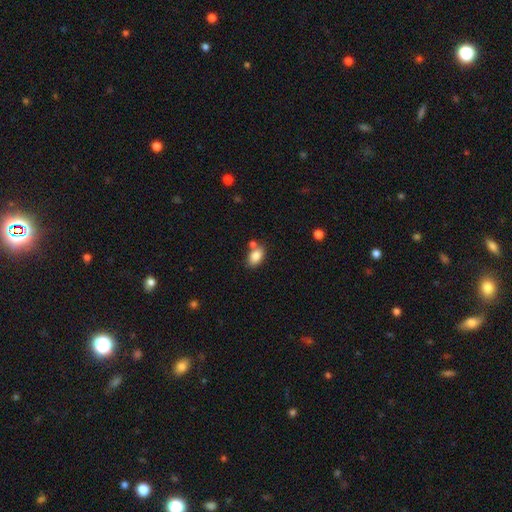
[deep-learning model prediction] This is clearly a smooth galaxy (85%). How rounded: clearly in between (89%). Merging: likely none (64%).